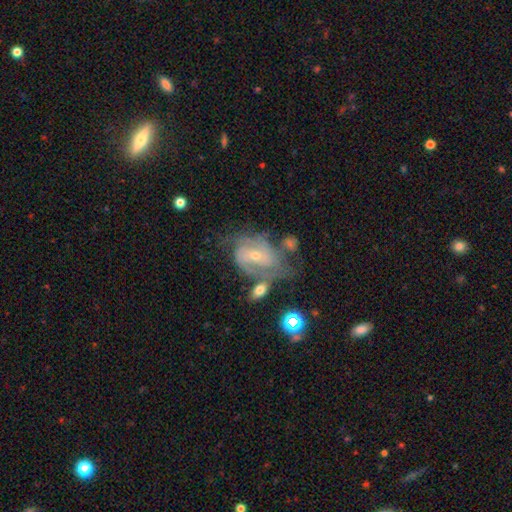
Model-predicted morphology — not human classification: This appears to be a featured or disk galaxy (81%) with no bar (48%), 2 (41%) tight (44%) spiral arms (91%) and a small central bulge (66%). Merging: none (39%).